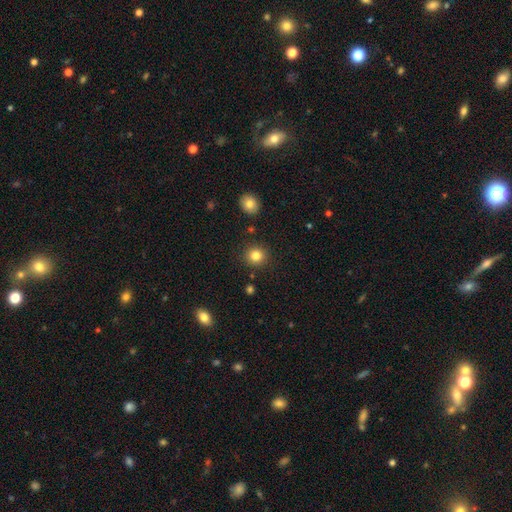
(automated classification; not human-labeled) smooth_or_featured: smooth (p=0.83) [alt: star or artifact p=0.11]
how_rounded: round (p=0.91) [alt: in between p=0.08]
merging: none (p=0.89) [alt: minor disturbance p=0.06]